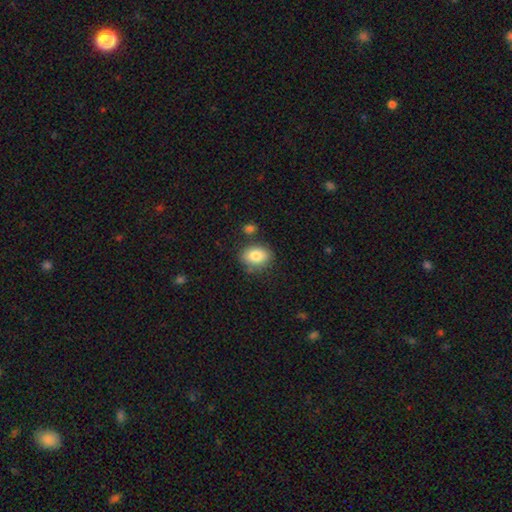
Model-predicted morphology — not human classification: A smooth galaxy with no disk features (84%) that is in between round and cigar-shaped (72%).

Vote fractions:
- Smooth or featured? smooth: 84% / featured or disk: 9% / star or artifact: 8%
- How rounded? in between: 72% / round: 27% / cigar-shaped: 1%
- Merging? none: 77% / minor disturbance: 14% / merger: 6% / major disturbance: 4%